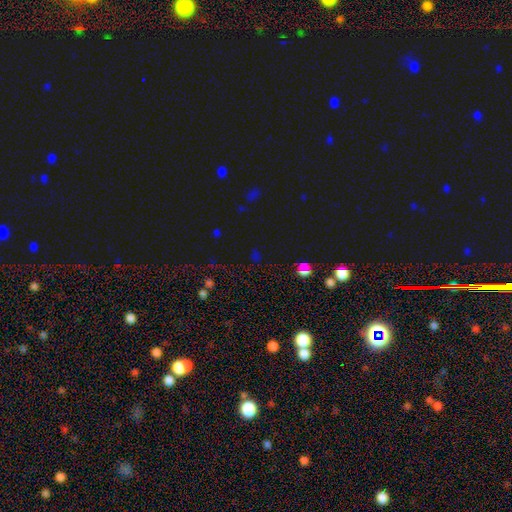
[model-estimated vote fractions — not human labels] Smooth or featured? star or artifact (67%)